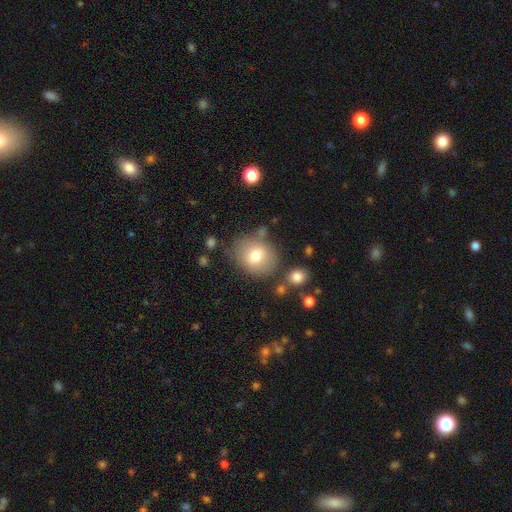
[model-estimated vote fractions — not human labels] Q: Smooth or featured?
A: smooth (72%); runner-up: featured or disk (17%)
Q: How rounded?
A: round (73%); runner-up: in between (26%)
Q: Merging?
A: none (73%); runner-up: minor disturbance (15%)